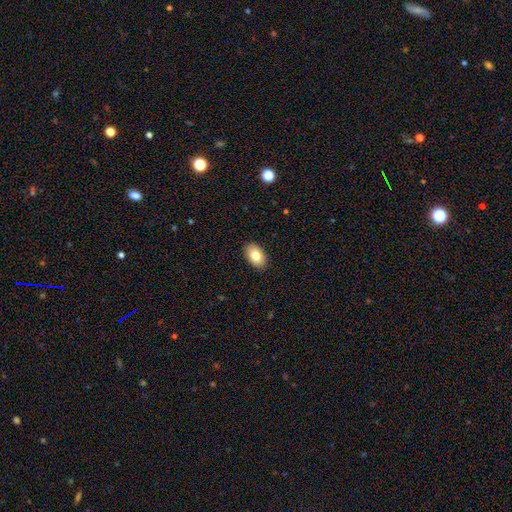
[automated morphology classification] The model was most divided on "smooth or featured": smooth: 81%, featured or disk: 12%, star or artifact: 8%. More confident: how rounded — in between (91%); merging — none (90%).